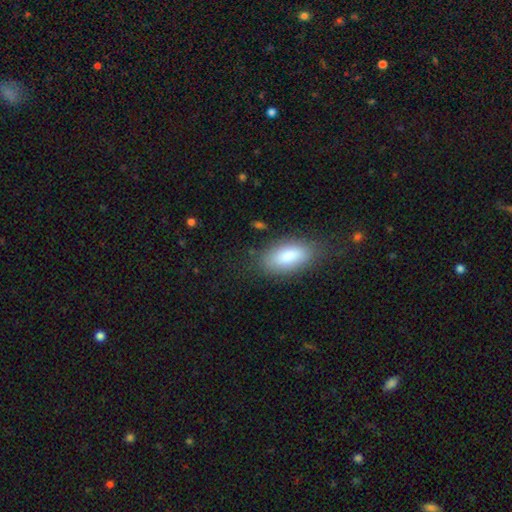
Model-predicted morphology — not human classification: Q: Smooth or featured?
A: smooth (75%); runner-up: star or artifact (13%)
Q: How rounded?
A: in between (85%); runner-up: cigar-shaped (11%)
Q: Merging?
A: none (78%); runner-up: minor disturbance (16%)